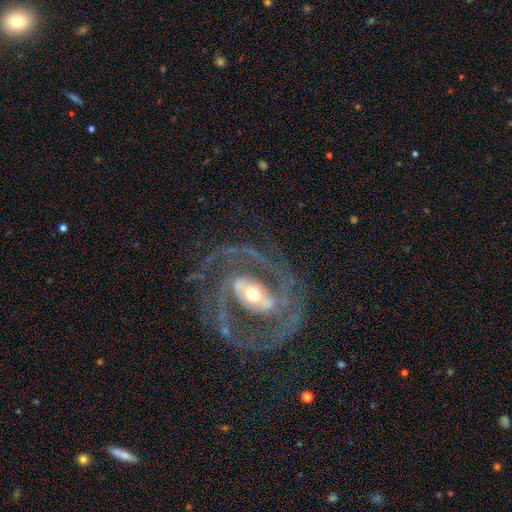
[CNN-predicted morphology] type=featured or disk (91%); edge-on=no (96%); bar=strong (53%); spiral arms=yes (95%); winding=tight (46%); arm count=2 (79%); bulge=moderate (49%); merging=none (72%).